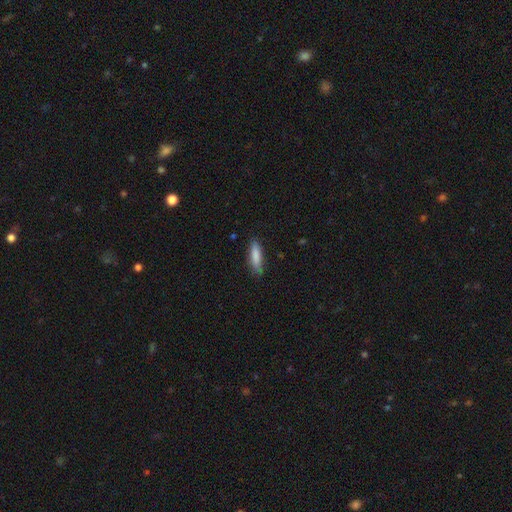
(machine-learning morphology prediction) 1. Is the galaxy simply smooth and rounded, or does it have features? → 83% smooth, 11% featured or disk, 6% star or artifact.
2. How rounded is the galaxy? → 67% cigar-shaped, 32% in between, 2% round.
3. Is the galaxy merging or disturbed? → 79% none, 17% minor disturbance, 3% major disturbance, 1% merger.